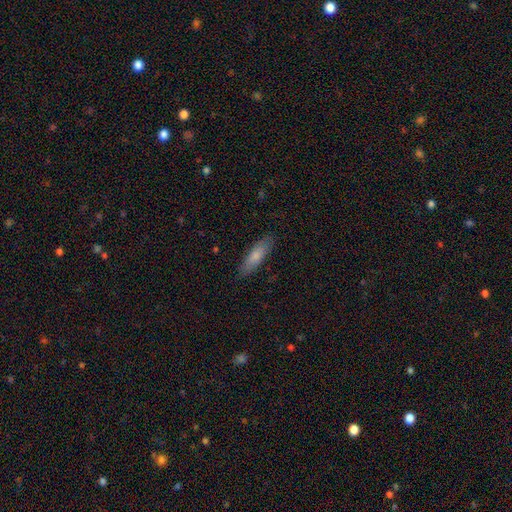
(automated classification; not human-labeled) Smooth or featured?
  - smooth: 73% *
  - featured or disk: 22%
  - star or artifact: 6%
How rounded?
  - cigar-shaped: 58% *
  - in between: 40%
  - round: 2%
Merging?
  - none: 85% *
  - minor disturbance: 12%
  - major disturbance: 2%
  - merger: 1%